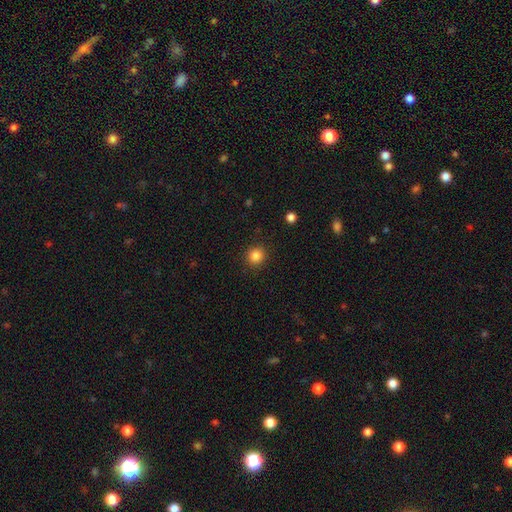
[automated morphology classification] The model was most divided on "smooth or featured": smooth: 84%, star or artifact: 12%, featured or disk: 4%. More confident: how rounded — round (93%); merging — none (91%).